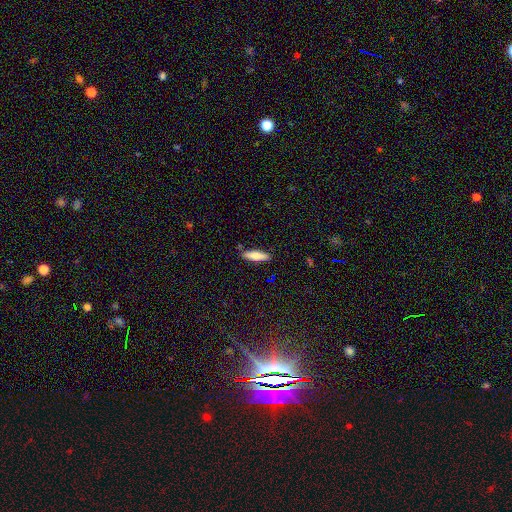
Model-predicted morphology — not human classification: Smooth or featured: smooth — 73% (featured or disk — 21%)
How rounded: cigar-shaped — 61% (in between — 37%)
Merging: none — 86% (minor disturbance — 10%)